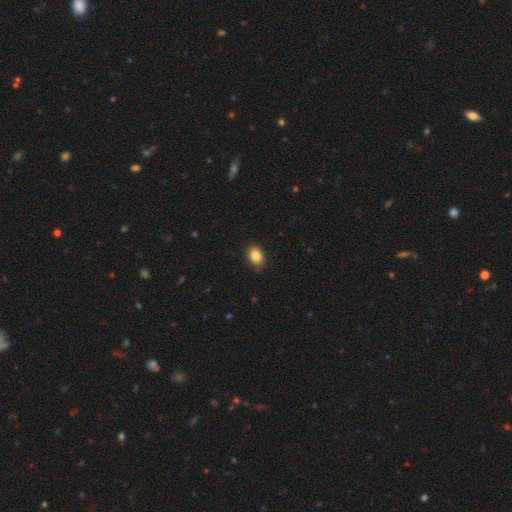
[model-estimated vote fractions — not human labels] Smooth or featured? Predicted: smooth (p=0.85). How rounded? Predicted: in between (p=0.73). Merging? Predicted: none (p=0.85).